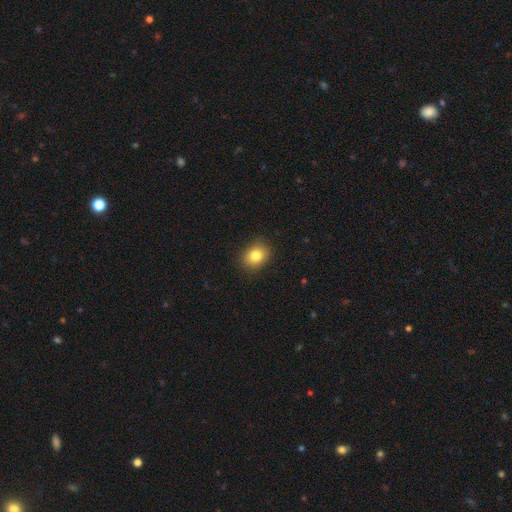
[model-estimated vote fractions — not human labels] Smooth or featured?
  - smooth: 82% *
  - star or artifact: 10%
  - featured or disk: 7%
How rounded?
  - round: 50% *
  - in between: 49%
  - cigar-shaped: 1%
Merging?
  - none: 88% *
  - minor disturbance: 9%
  - major disturbance: 2%
  - merger: 1%